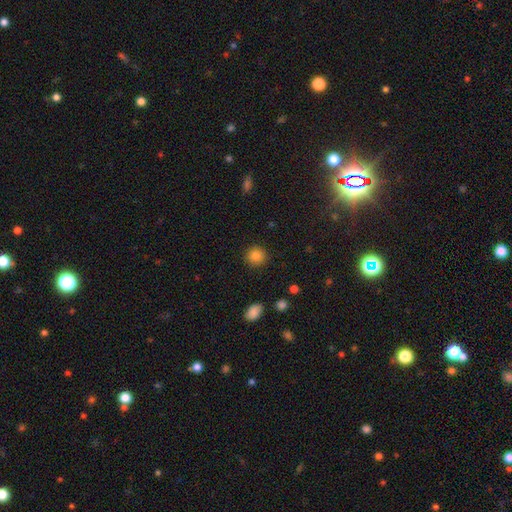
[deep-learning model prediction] This appears to be a smooth galaxy with no disk features (85%) that is round (91%). Merging: none (90%).